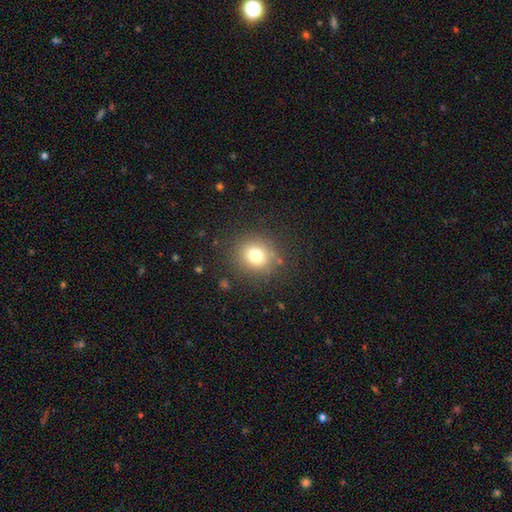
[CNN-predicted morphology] Smooth or featured: smooth — 76% (star or artifact — 14%)
How rounded: round — 82% (in between — 17%)
Merging: none — 85% (minor disturbance — 9%)